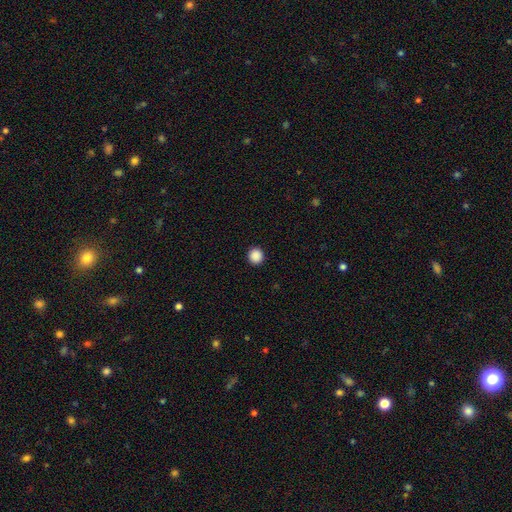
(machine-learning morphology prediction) Q: Smooth or featured?
A: smooth (89%); runner-up: star or artifact (9%)
Q: How rounded?
A: round (94%); runner-up: in between (5%)
Q: Merging?
A: none (93%); runner-up: minor disturbance (4%)